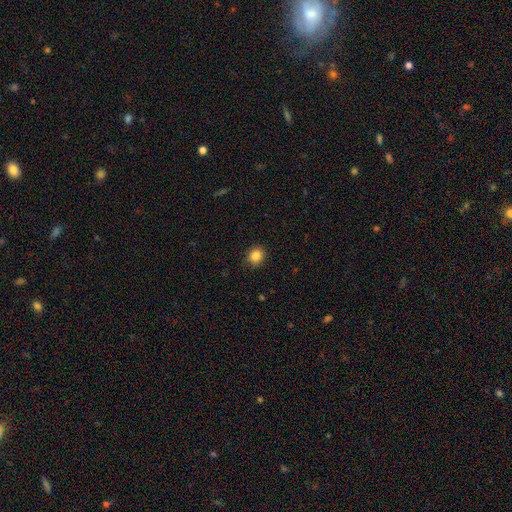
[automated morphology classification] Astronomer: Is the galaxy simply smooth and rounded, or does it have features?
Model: smooth — 85%.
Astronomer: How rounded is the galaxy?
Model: round — 80%.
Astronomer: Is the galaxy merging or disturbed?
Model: none — 88%.